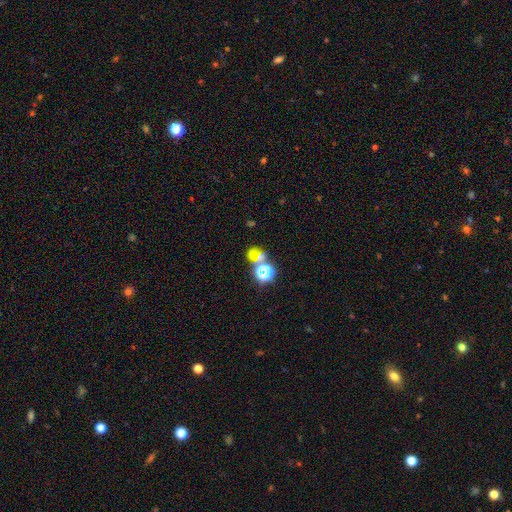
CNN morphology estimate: smooth-or-featured: smooth: 45% | star or artifact: 43% | featured or disk: 13%
  merging: none: 49% | merger: 33% | minor disturbance: 11% | major disturbance: 8%